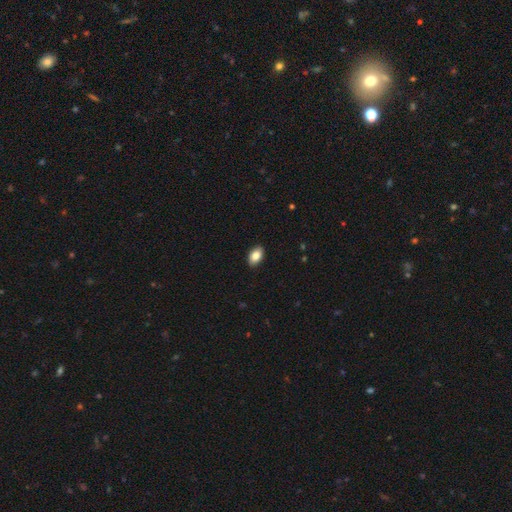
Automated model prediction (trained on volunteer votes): A smooth galaxy with no disk features (84%) that is in between round and cigar-shaped (91%).

Vote fractions:
- Smooth or featured? smooth: 84% / featured or disk: 8% / star or artifact: 7%
- How rounded? in between: 91% / round: 8% / cigar-shaped: 2%
- Merging? none: 90% / minor disturbance: 7% / major disturbance: 2% / merger: 1%